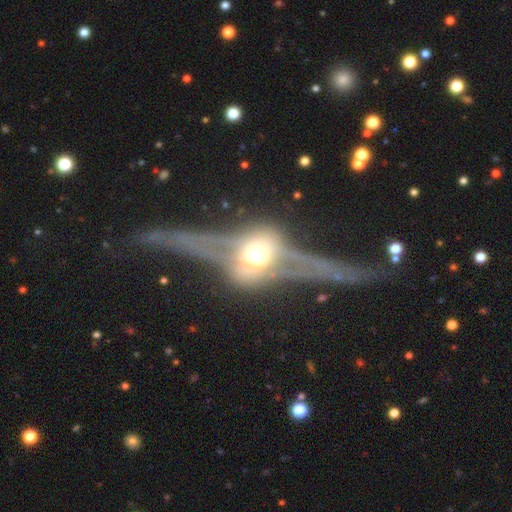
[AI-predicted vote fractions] Smooth or featured?
  - featured or disk: 75% *
  - smooth: 16%
  - star or artifact: 9%
Edge-on disk?
  - yes: 57% *
  - no: 43%
Merging?
  - none: 46% *
  - major disturbance: 32%
  - minor disturbance: 17%
  - merger: 6%